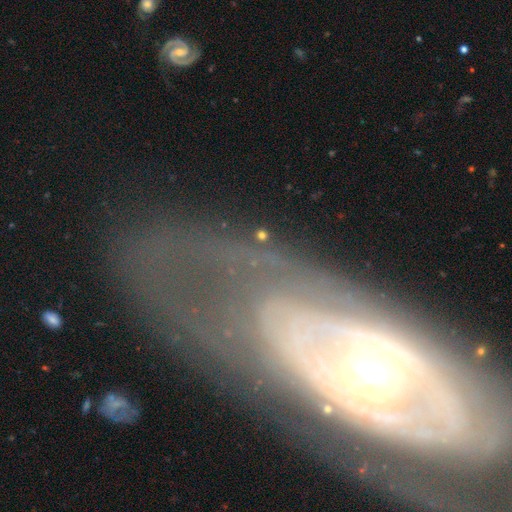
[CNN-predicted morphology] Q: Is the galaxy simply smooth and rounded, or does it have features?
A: featured or disk — 74%.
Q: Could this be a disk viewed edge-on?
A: no — 78%.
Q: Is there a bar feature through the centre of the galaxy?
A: no — 71%.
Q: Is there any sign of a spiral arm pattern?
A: yes — 52%.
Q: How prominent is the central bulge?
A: moderate — 54%.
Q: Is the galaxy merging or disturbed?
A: none — 65%.